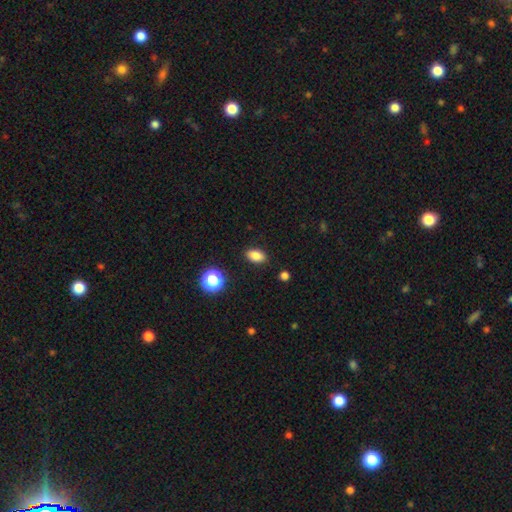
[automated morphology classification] smooth 84%, star or artifact 11%, featured or disk 5%. Down the decision tree: how rounded — in between (87%); merging — none (88%).